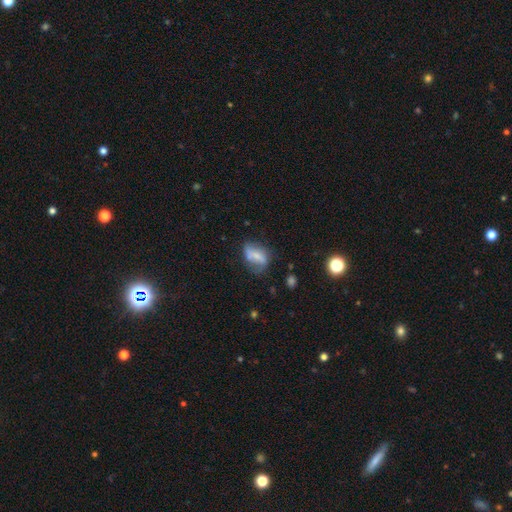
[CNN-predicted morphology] smooth 50%, featured or disk 42%, star or artifact 9%. Down the decision tree: merging — none (48%).